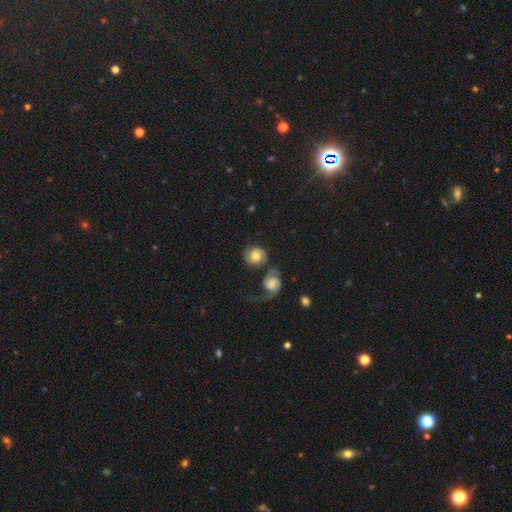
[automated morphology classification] The model was most divided on "smooth or featured": featured or disk: 50%, smooth: 42%, star or artifact: 8%. More confident: edge-on disk — no (97%); merging — none (52%).